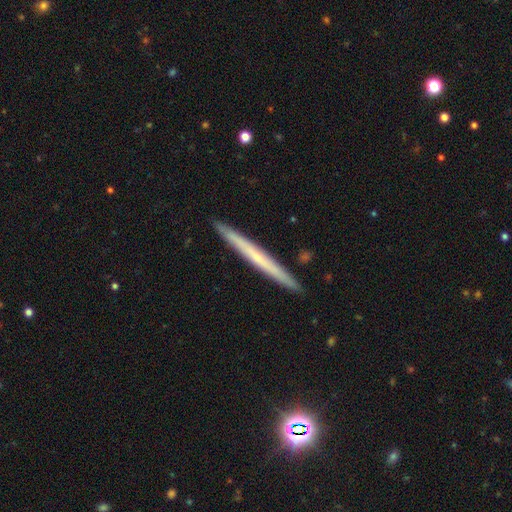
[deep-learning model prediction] Q: Smooth or featured?
A: featured or disk (53%); runner-up: smooth (41%)
Q: Edge-on disk?
A: yes (97%); runner-up: no (3%)
Q: Edge-on bulge?
A: none (73%); runner-up: rounded (24%)
Q: Merging?
A: none (92%); runner-up: minor disturbance (6%)